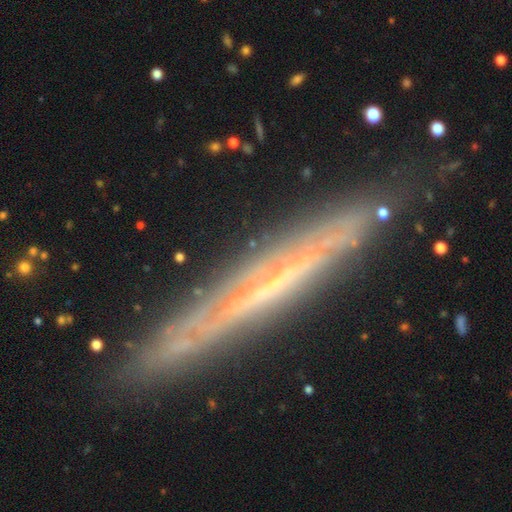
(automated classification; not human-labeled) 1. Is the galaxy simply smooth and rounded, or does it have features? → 72% featured or disk, 18% smooth, 10% star or artifact.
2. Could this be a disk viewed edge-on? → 88% yes, 12% no.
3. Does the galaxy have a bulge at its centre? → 81% none, 12% rounded, 8% boxy.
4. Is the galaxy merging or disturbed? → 82% none, 12% minor disturbance, 3% major disturbance, 2% merger.